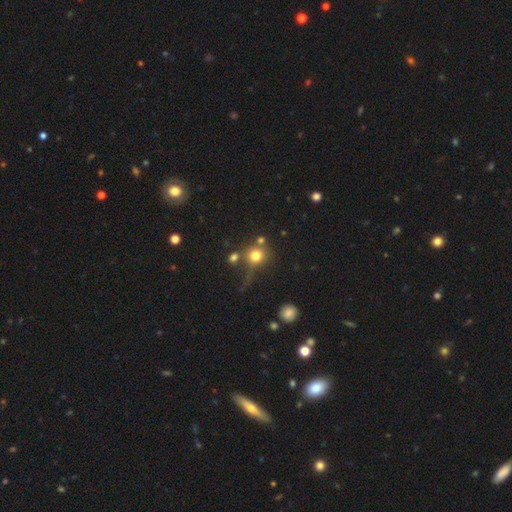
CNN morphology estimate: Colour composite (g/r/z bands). It shows a smooth galaxy with no disk features (76%) that is round (90%). Merging: none (56%).